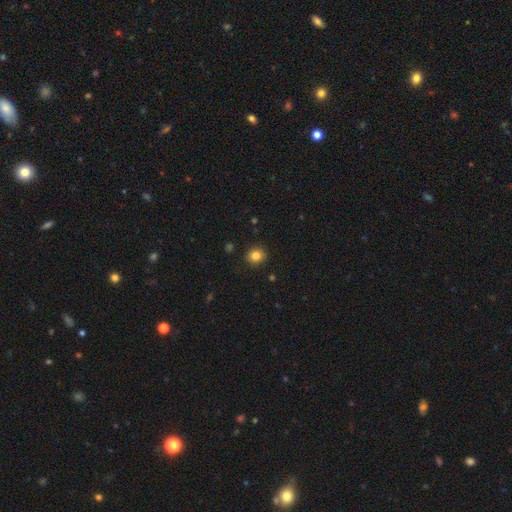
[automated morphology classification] A smooth galaxy with no disk features (84%) that is round (80%).

Vote fractions:
- Smooth or featured? smooth: 84% / star or artifact: 11% / featured or disk: 5%
- How rounded? round: 80% / in between: 19% / cigar-shaped: 1%
- Merging? none: 91% / minor disturbance: 6% / major disturbance: 2% / merger: 1%